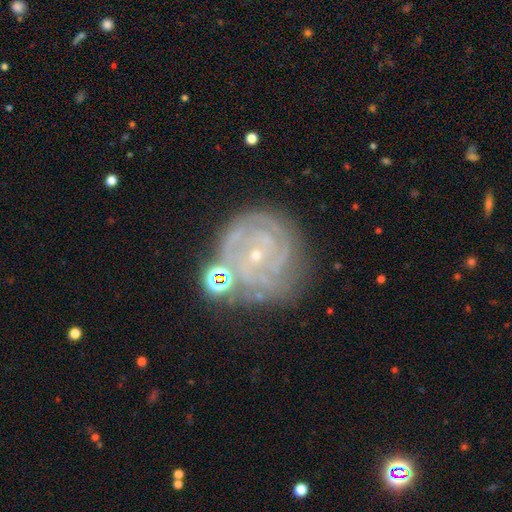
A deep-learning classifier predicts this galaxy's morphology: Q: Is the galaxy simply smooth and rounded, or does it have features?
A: featured or disk — 84%.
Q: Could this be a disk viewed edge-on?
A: no — 98%.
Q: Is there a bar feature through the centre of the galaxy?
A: no — 76%.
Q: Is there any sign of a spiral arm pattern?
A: yes — 96%.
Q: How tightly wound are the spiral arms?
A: tight — 80%.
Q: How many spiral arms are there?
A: can't tell — 26%.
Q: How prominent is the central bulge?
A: small — 86%.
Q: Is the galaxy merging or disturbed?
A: none — 67%.